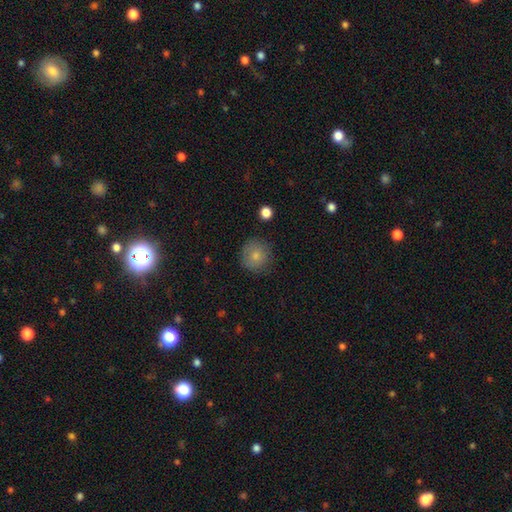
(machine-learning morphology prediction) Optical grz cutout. It shows a smooth galaxy with no disk features (81%) that is round (92%). Merging: none (83%).